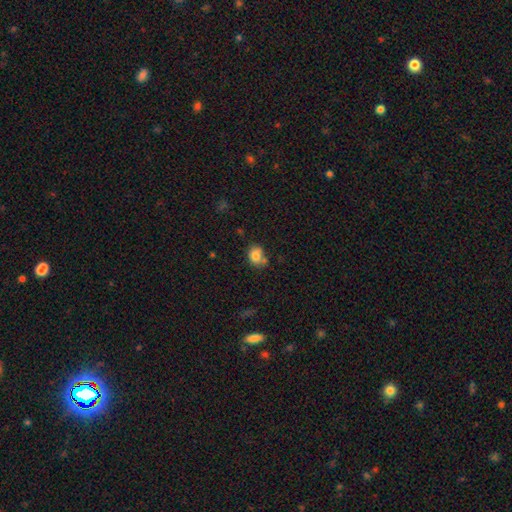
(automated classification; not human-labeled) Smooth or featured? smooth (81%)
How rounded? round (56%)
Merging? none (56%)